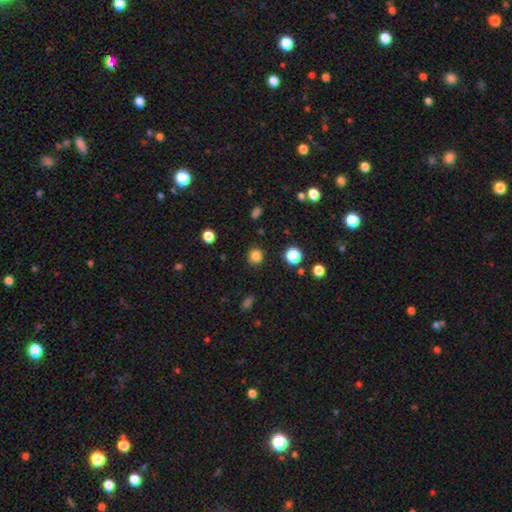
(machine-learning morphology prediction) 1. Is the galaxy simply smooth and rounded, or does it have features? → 83% smooth, 13% star or artifact, 4% featured or disk.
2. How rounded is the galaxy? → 91% round, 8% in between, 1% cigar-shaped.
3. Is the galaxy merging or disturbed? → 89% none, 7% minor disturbance, 2% major disturbance, 2% merger.